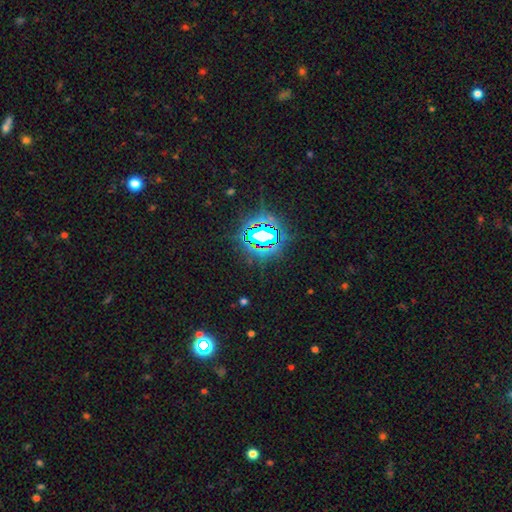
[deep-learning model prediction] star or artifact 83%, smooth 11%, featured or disk 6%.